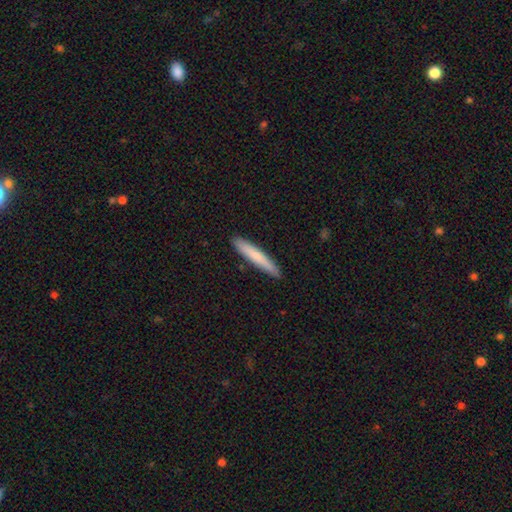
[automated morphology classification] smooth-or-featured: smooth: 77% | featured or disk: 18% | star or artifact: 5%
  how-rounded: cigar-shaped: 94% | in between: 5% | round: 1%
  merging: none: 90% | minor disturbance: 8% | major disturbance: 1% | merger: 1%